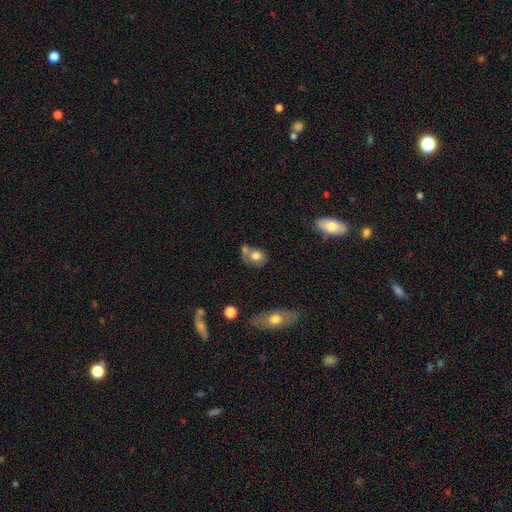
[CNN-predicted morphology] Q: Smooth or featured?
A: smooth (71%); runner-up: featured or disk (20%)
Q: How rounded?
A: round (51%); runner-up: in between (48%)
Q: Merging?
A: none (38%); runner-up: merger (34%)